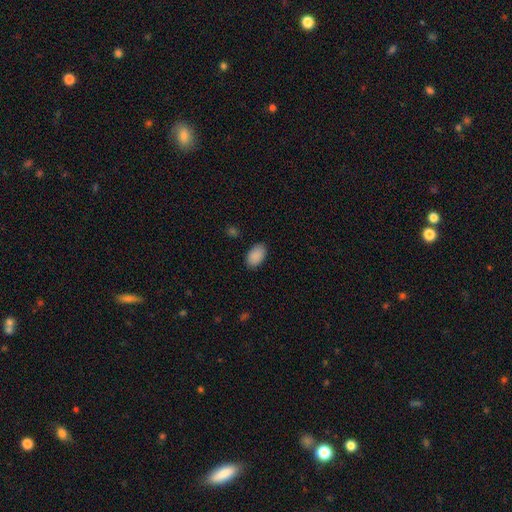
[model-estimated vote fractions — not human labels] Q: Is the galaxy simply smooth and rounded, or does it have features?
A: smooth — 90%.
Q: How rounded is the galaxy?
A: in between — 92%.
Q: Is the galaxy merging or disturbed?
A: none — 86%.